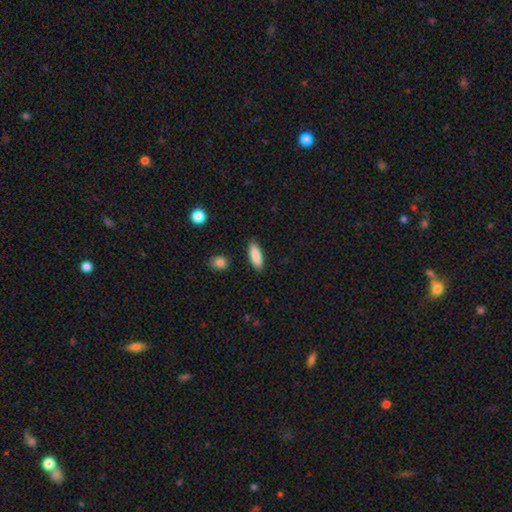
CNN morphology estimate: Q: Smooth or featured?
A: smooth (88%); runner-up: star or artifact (6%)
Q: How rounded?
A: in between (57%); runner-up: cigar-shaped (41%)
Q: Merging?
A: none (88%); runner-up: minor disturbance (8%)